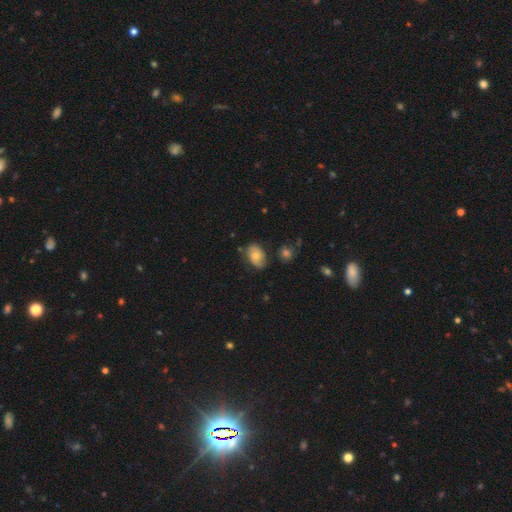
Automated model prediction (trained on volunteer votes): Smooth or featured? smooth (55%)
How rounded? in between (82%)
Merging? none (68%)